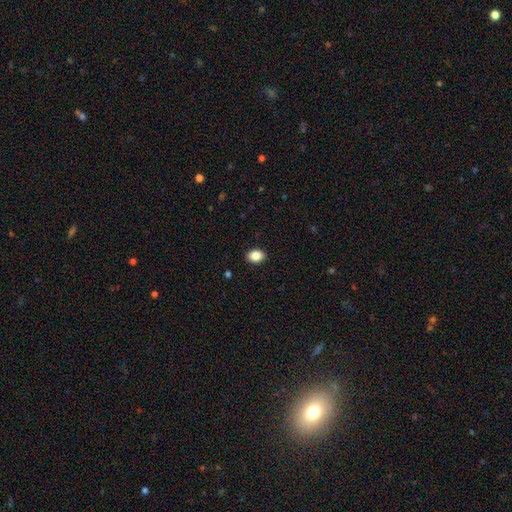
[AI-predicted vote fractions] The model was most divided on "how rounded": in between: 73%, round: 26%, cigar-shaped: 1%. More confident: merging — none (90%); smooth or featured — smooth (87%).